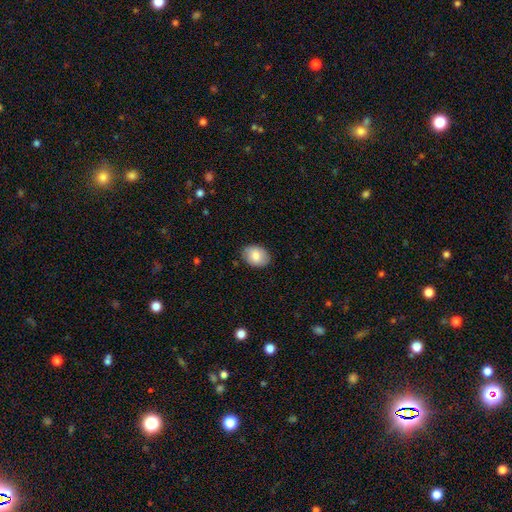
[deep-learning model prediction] Smooth or featured? smooth (82%)
How rounded? in between (72%)
Merging? none (85%)